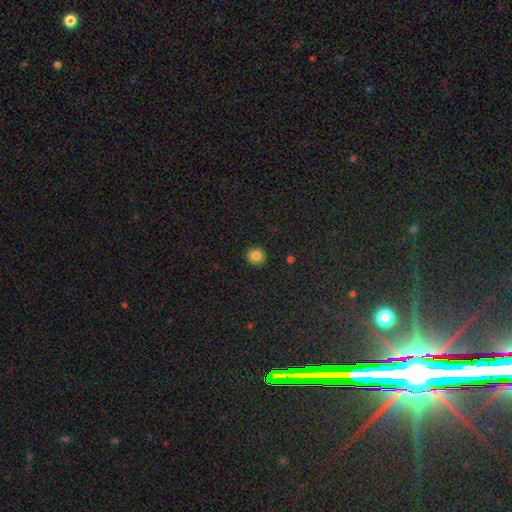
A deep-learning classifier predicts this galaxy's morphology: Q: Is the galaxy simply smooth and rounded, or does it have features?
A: smooth — 84%.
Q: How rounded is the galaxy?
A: round — 90%.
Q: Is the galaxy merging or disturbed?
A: none — 91%.